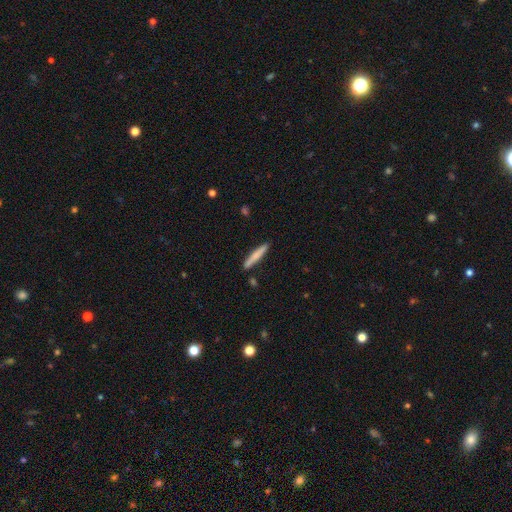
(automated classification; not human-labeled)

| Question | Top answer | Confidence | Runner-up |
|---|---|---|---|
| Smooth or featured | smooth | 72% | featured or disk (23%) |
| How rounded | cigar-shaped | 93% | in between (5%) |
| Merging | none | 86% | minor disturbance (9%) |